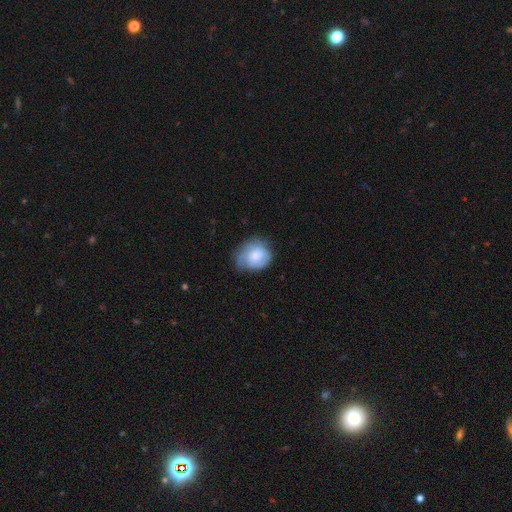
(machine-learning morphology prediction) Smooth or featured?
  - smooth: 49% *
  - featured or disk: 44%
  - star or artifact: 7%
Merging?
  - none: 52% *
  - minor disturbance: 32%
  - major disturbance: 14%
  - merger: 1%